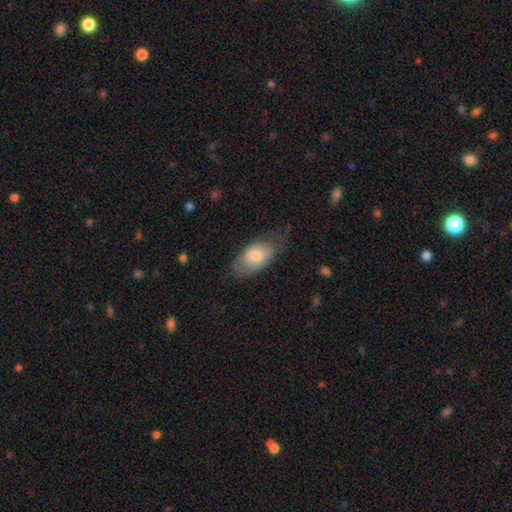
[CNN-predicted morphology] A smooth galaxy with no disk features (73%) that is in between round and cigar-shaped (91%). Merging: none (62%).